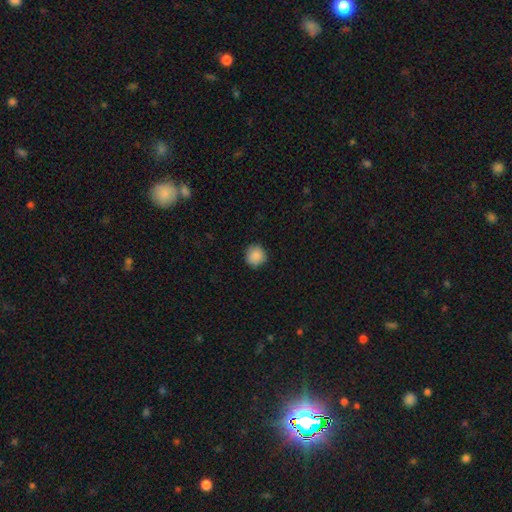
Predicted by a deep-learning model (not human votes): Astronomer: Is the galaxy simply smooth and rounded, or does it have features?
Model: smooth — 89%.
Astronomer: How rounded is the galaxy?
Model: round — 92%.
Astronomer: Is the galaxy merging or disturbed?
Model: none — 88%.